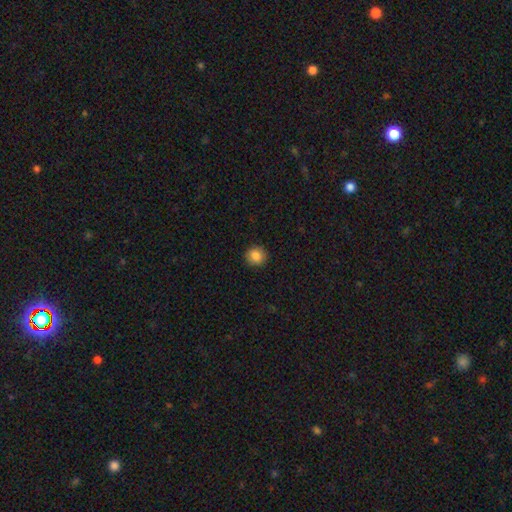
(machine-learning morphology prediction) smooth-or-featured: smooth: 87% | star or artifact: 9% | featured or disk: 4%
  how-rounded: round: 90% | in between: 9% | cigar-shaped: 1%
  merging: none: 91% | minor disturbance: 7% | major disturbance: 2% | merger: 1%